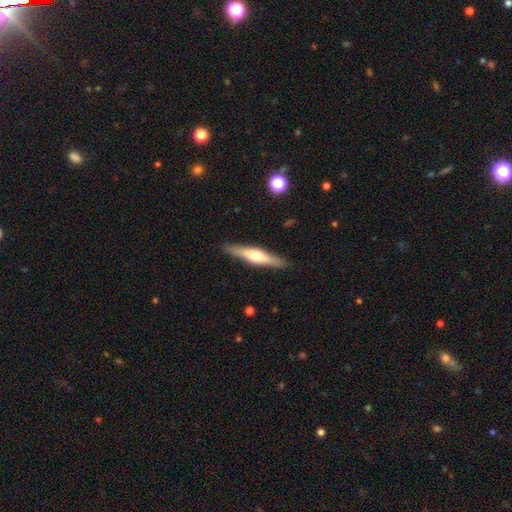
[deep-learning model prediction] Q: Smooth or featured?
A: featured or disk (61%); runner-up: smooth (33%)
Q: Edge-on disk?
A: yes (95%); runner-up: no (5%)
Q: Edge-on bulge?
A: rounded (90%); runner-up: boxy (6%)
Q: Merging?
A: none (89%); runner-up: minor disturbance (8%)